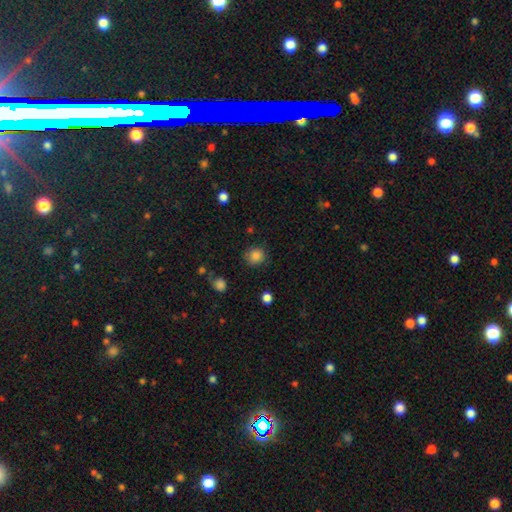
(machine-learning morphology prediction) Smooth or featured? smooth (85%)
How rounded? round (88%)
Merging? none (83%)